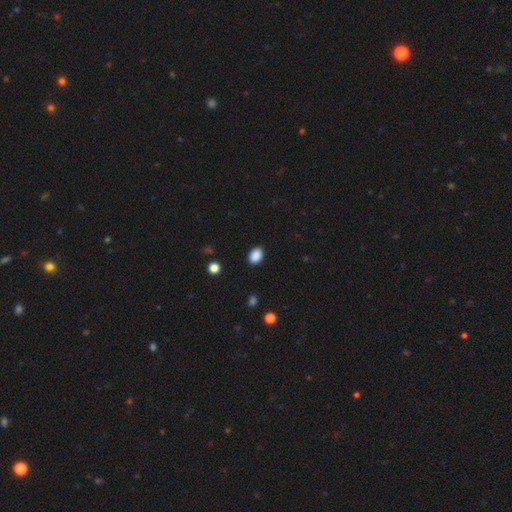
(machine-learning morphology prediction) type=smooth (89%); roundness=in between (75%); merging=none (89%).